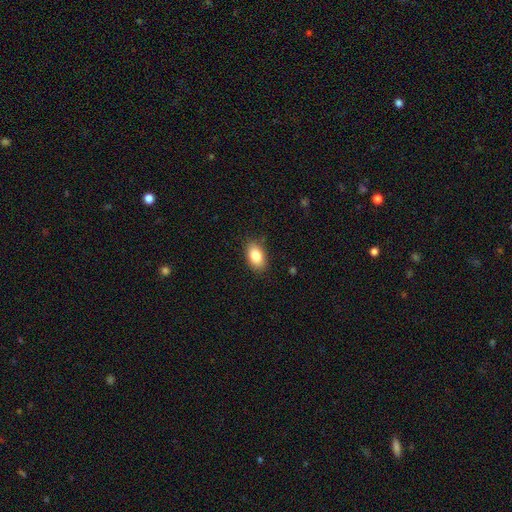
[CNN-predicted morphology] A smooth galaxy with no disk features (85%) that is in between round and cigar-shaped (91%).

Vote fractions:
- Smooth or featured? smooth: 85% / featured or disk: 8% / star or artifact: 7%
- How rounded? in between: 91% / round: 7% / cigar-shaped: 2%
- Merging? none: 86% / minor disturbance: 10% / major disturbance: 2% / merger: 1%